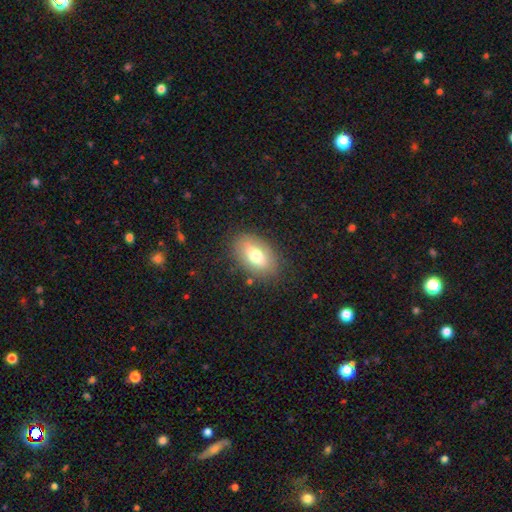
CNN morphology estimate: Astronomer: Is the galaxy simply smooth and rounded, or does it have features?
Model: smooth — 71%.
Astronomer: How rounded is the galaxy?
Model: in between — 89%.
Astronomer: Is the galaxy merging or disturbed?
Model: none — 82%.